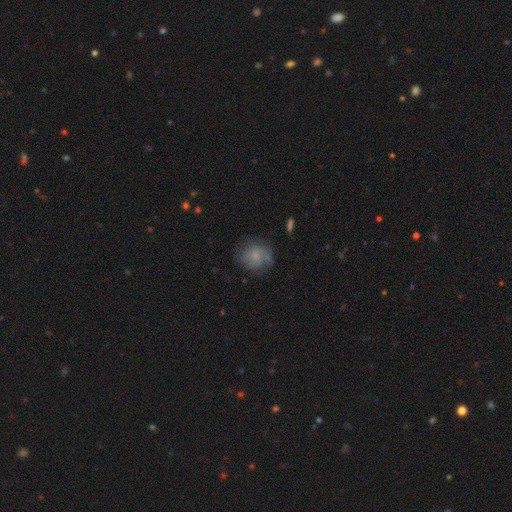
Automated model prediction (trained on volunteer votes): Smooth or featured? Predicted: smooth (p=0.62). How rounded? Predicted: round (p=0.74). Merging? Predicted: none (p=0.56).